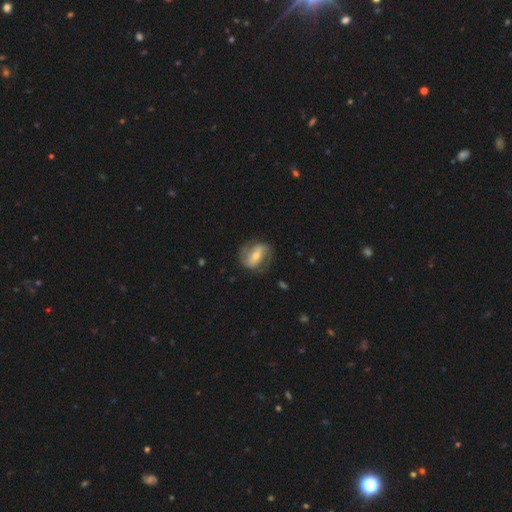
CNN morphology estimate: A featured or disk galaxy (74%) with a strong bar (46%), 2 (85%) medium (42%) spiral arms (86%) and a moderate central bulge (50%). Merging: none (75%).